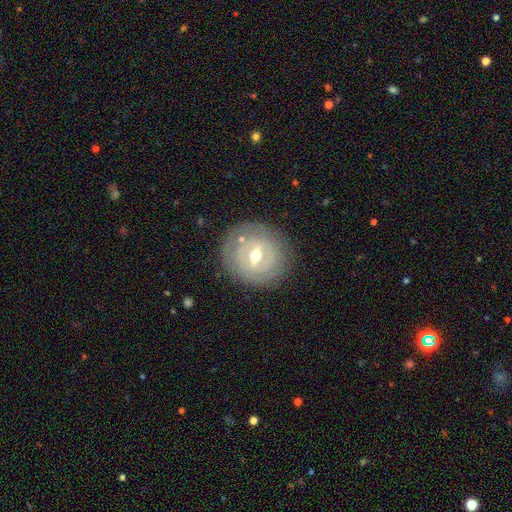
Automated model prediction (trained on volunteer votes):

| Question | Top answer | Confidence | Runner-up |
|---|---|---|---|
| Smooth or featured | featured or disk | 66% | smooth (27%) |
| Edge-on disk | no | 94% | yes (6%) |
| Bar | weak | 51% | strong (29%) |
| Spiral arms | no | 56% | yes (44%) |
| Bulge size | moderate | 70% | small (25%) |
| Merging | none | 80% | minor disturbance (13%) |